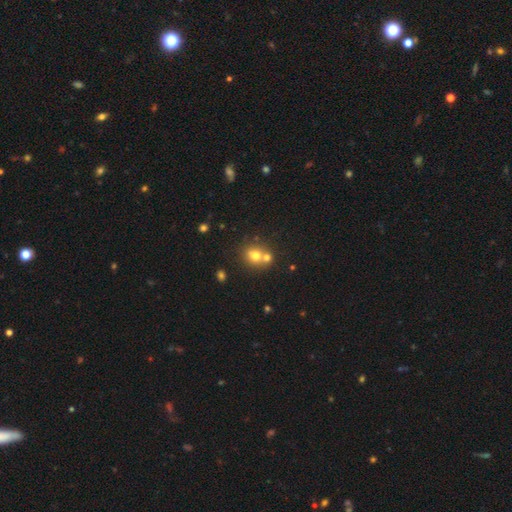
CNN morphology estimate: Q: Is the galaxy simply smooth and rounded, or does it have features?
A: smooth — 70%.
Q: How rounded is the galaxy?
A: round — 71%.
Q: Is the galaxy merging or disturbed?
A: none — 45%.